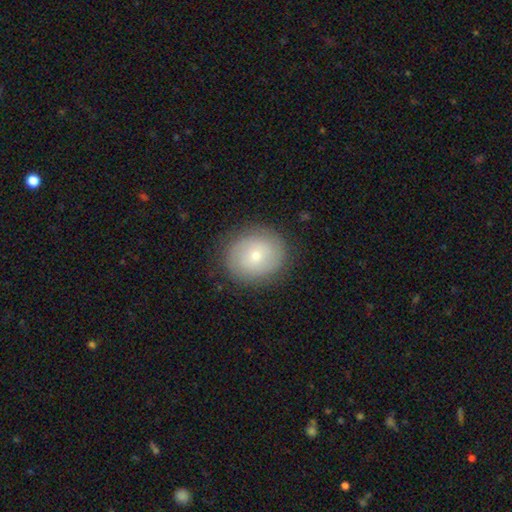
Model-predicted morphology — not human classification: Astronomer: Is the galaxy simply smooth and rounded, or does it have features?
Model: smooth — 61%.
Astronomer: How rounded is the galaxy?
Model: round — 80%.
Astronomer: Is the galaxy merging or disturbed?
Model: none — 86%.